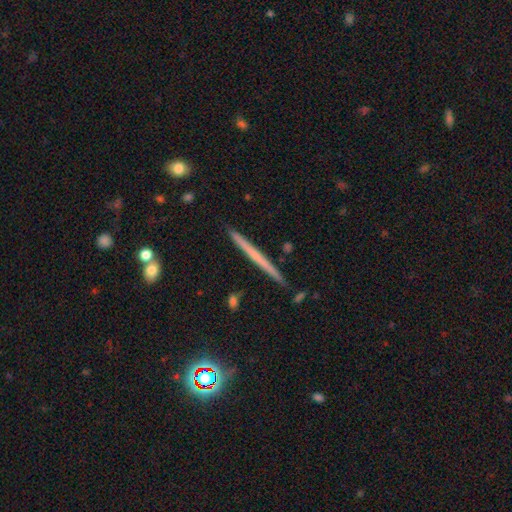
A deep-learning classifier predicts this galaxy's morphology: This is possibly a featured or disk galaxy (55%). It is clearly viewed edge-on (98%). Edge-on bulge: clearly none (83%). Merging: clearly none (91%).